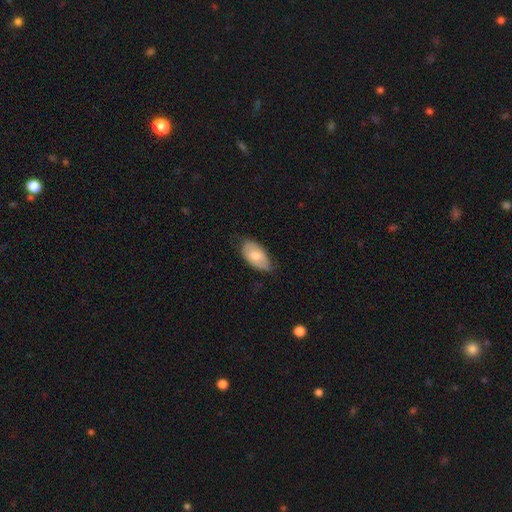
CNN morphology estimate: smooth_or_featured: smooth (p=0.69) [alt: featured or disk p=0.25]
how_rounded: in between (p=0.94) [alt: round p=0.03]
merging: none (p=0.65) [alt: minor disturbance p=0.28]